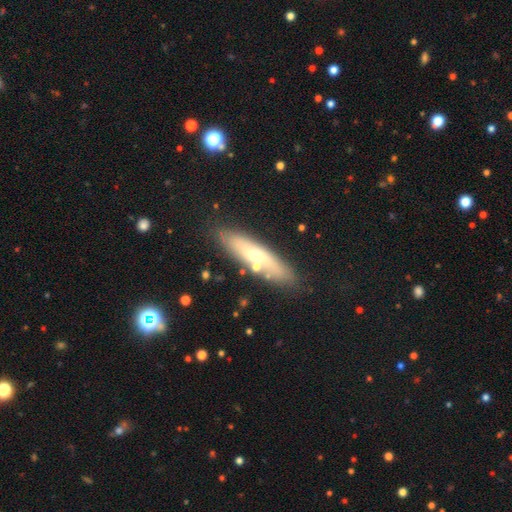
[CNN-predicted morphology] smooth-or-featured: featured or disk: 49% | smooth: 42% | star or artifact: 8%
  merging: none: 79% | minor disturbance: 12% | merger: 6% | major disturbance: 3%